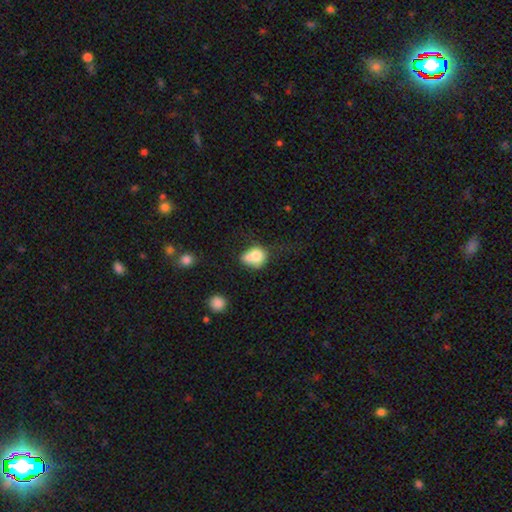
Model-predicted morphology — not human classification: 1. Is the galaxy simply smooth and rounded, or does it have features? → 74% smooth, 16% featured or disk, 10% star or artifact.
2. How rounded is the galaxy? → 54% round, 45% in between, 2% cigar-shaped.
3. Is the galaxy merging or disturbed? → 32% none, 27% merger, 25% minor disturbance, 15% major disturbance.